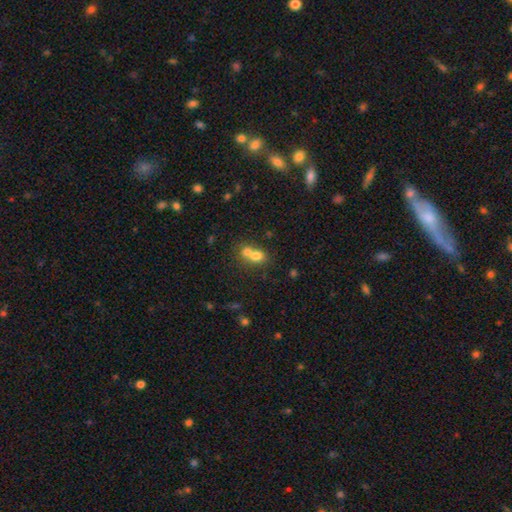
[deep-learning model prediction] smooth_or_featured: smooth (p=0.73) [alt: featured or disk p=0.15]
how_rounded: round (p=0.57) [alt: in between p=0.42]
merging: merger (p=0.66) [alt: none p=0.25]